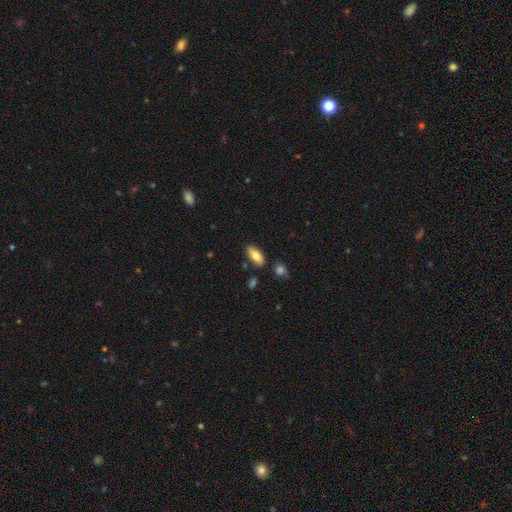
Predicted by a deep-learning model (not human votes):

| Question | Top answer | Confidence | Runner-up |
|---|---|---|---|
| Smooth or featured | smooth | 80% | featured or disk (13%) |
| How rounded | in between | 88% | cigar-shaped (10%) |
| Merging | none | 82% | minor disturbance (11%) |